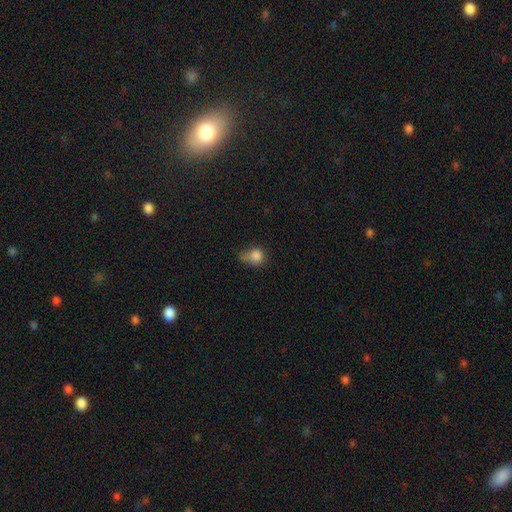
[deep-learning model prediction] Smooth or featured? smooth (81%)
How rounded? round (69%)
Merging? minor disturbance (35%, tied with none)